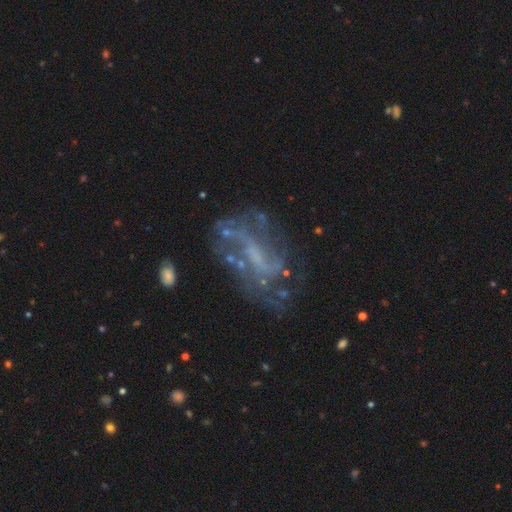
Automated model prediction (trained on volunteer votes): featured or disk 74%, star or artifact 13%, smooth 13%. Down the decision tree: edge-on disk — no (95%); bar — no (41%); spiral arms — yes (64%); bulge size — none (54%); merging — none (53%).